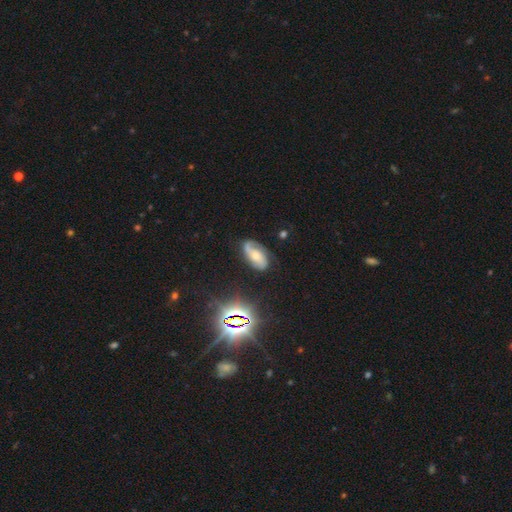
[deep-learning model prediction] Smooth or featured? Predicted: featured or disk (p=0.70). Edge-on disk? Predicted: no (p=0.95). Bar? Predicted: no (p=0.57). Spiral arms? Predicted: yes (p=0.92). Spiral winding? Predicted: medium (p=0.42). Spiral arm count? Predicted: 2 (p=0.72). Bulge size? Predicted: moderate (p=0.47). Merging? Predicted: none (p=0.69).